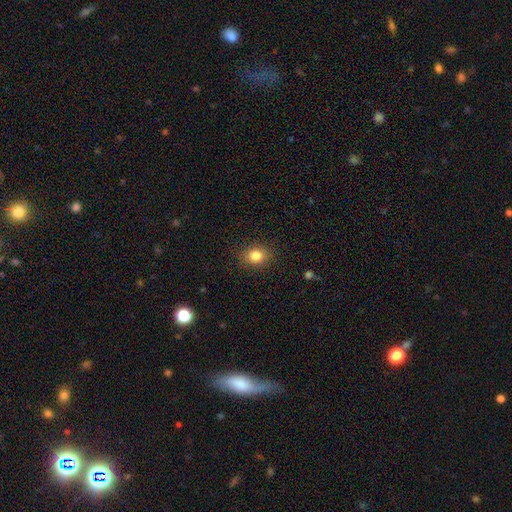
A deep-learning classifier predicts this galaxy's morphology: Overall: smooth (83%). How rounded: in between (50%; round 49%). Merging: none (88%).